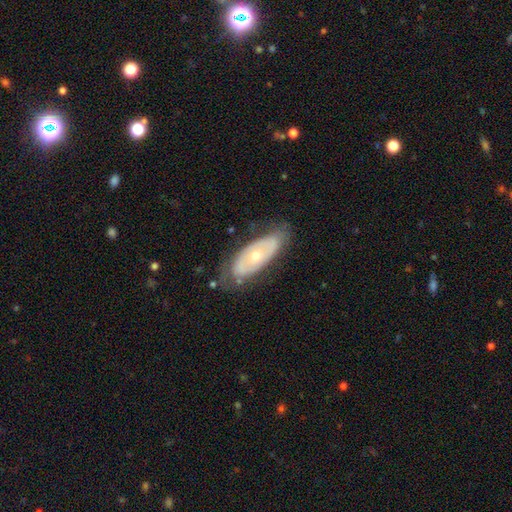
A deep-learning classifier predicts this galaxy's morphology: Smooth or featured? Predicted: featured or disk (p=0.60). Edge-on disk? Predicted: no (p=0.85). Bar? Predicted: no (p=0.87). Spiral arms? Predicted: no (p=0.72). Bulge size? Predicted: moderate (p=0.55). Merging? Predicted: none (p=0.72).